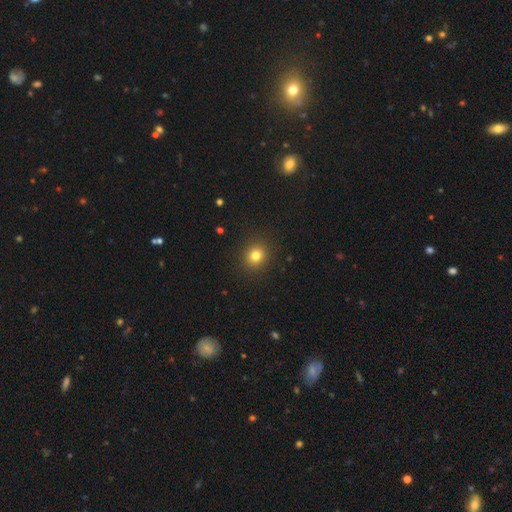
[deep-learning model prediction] The model was most divided on "smooth or featured": smooth: 80%, star or artifact: 13%, featured or disk: 7%. More confident: merging — none (91%); how rounded — round (83%).